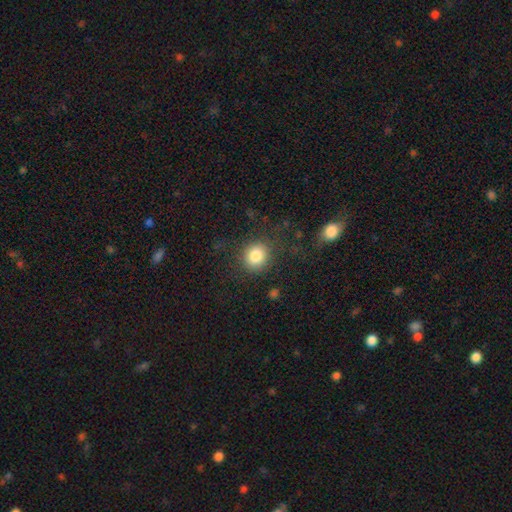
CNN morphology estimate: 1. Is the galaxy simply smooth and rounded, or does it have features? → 84% smooth, 10% star or artifact, 7% featured or disk.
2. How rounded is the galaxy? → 81% round, 18% in between, 1% cigar-shaped.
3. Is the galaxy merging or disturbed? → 82% none, 10% minor disturbance, 6% major disturbance, 2% merger.